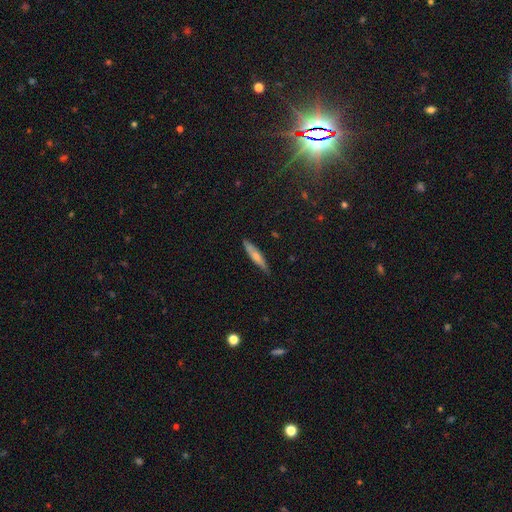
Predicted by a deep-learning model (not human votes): A smooth galaxy with no disk features (63%) that is cigar-shaped (87%). Merging: none (82%).